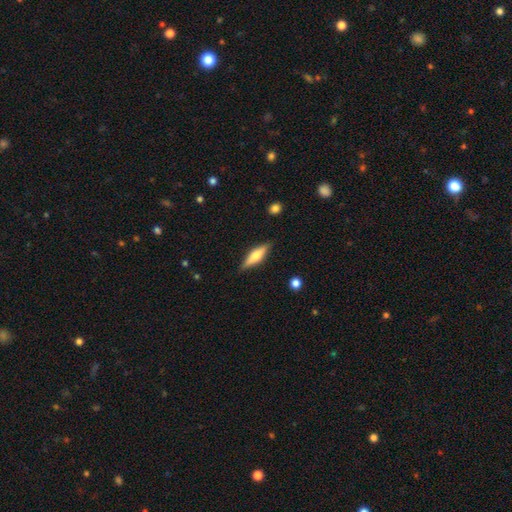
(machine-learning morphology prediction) The model was most divided on "smooth or featured": smooth: 49%, featured or disk: 45%, star or artifact: 6%. More confident: merging — none (87%).